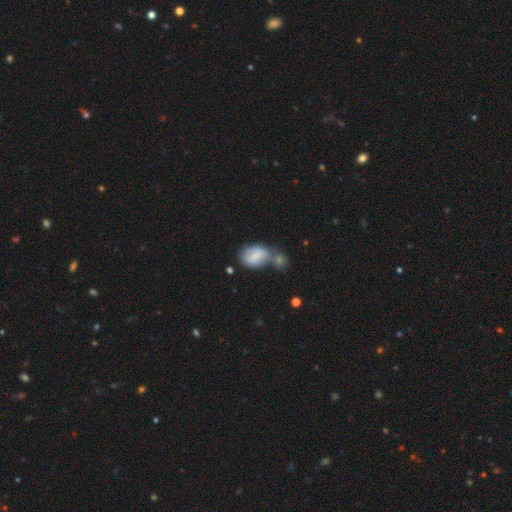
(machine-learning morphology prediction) type=smooth (70%); roundness=in between (81%); merging=merger (50%).